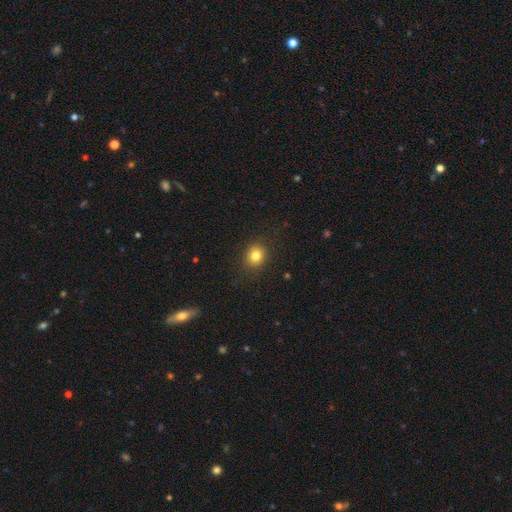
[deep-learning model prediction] smooth_or_featured: smooth (p=0.81) [alt: star or artifact p=0.12]
how_rounded: round (p=0.74) [alt: in between p=0.25]
merging: none (p=0.88) [alt: minor disturbance p=0.08]